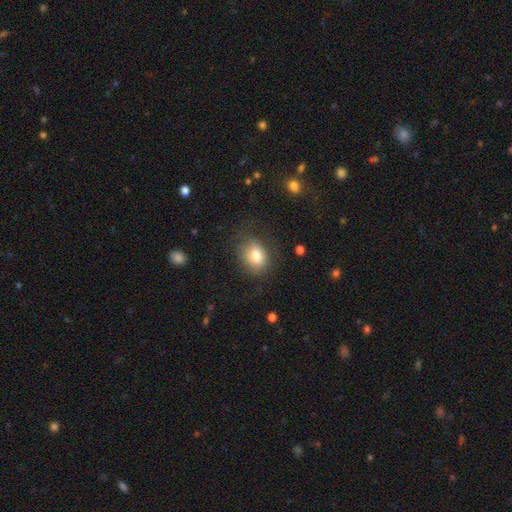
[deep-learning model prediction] Smooth or featured? Predicted: smooth (p=0.79). How rounded? Predicted: in between (p=0.70). Merging? Predicted: none (p=0.70).